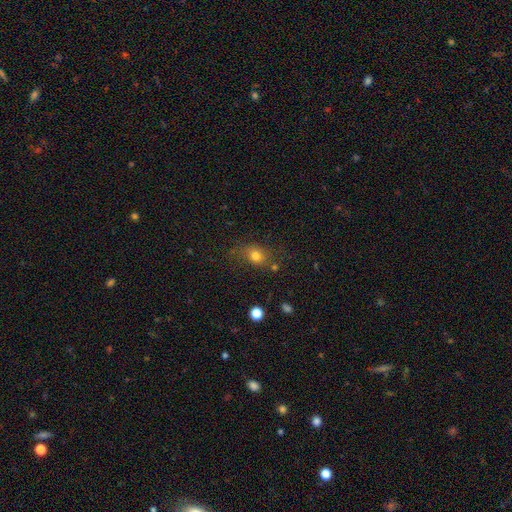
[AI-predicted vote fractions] Morphology: type=smooth (75%); roundness=round (52%); merging=none (67%).